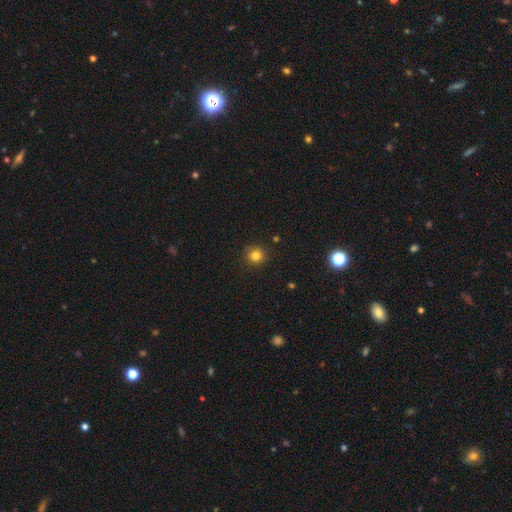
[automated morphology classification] The model was most divided on "smooth or featured": smooth: 80%, star or artifact: 15%, featured or disk: 6%. More confident: how rounded — round (93%); merging — none (90%).